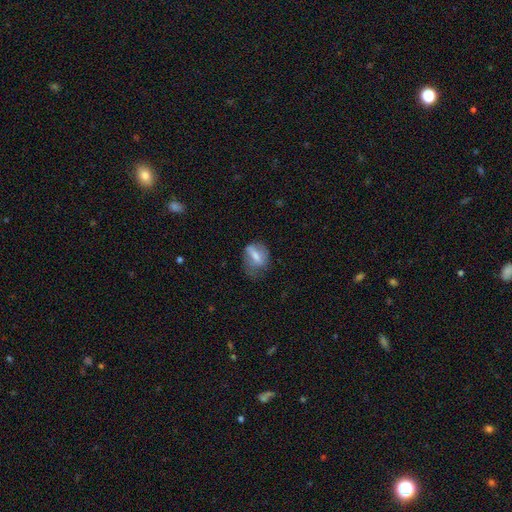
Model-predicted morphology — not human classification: smooth_or_featured: smooth (p=0.58) [alt: featured or disk p=0.34]
how_rounded: in between (p=0.67) [alt: round p=0.26]
merging: none (p=0.47) [alt: minor disturbance p=0.30]